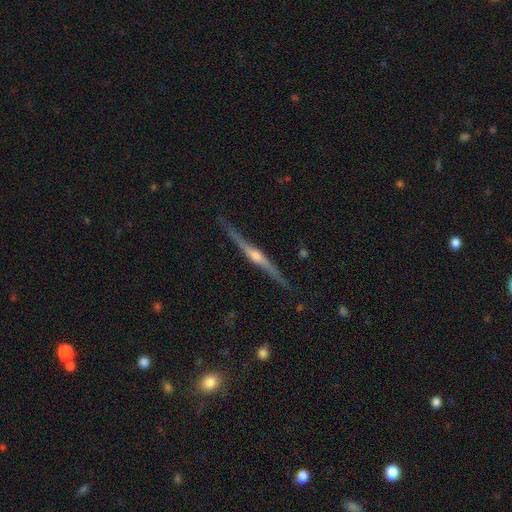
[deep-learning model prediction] This appears to be a featured or disk galaxy (87%) viewed edge-on (98%) with a rounded central bulge (90%). Merging: none (86%).